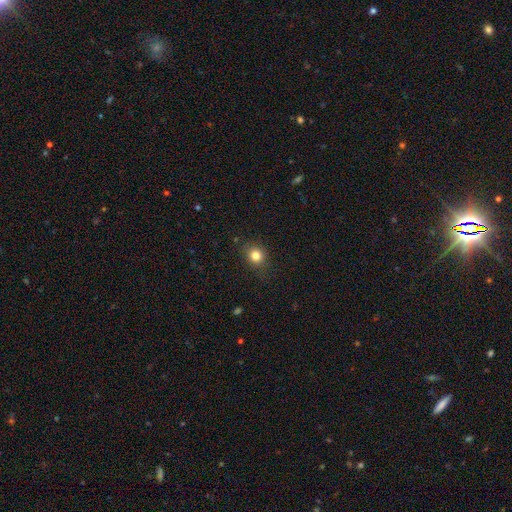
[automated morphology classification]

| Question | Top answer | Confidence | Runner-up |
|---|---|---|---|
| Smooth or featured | smooth | 82% | star or artifact (12%) |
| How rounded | round | 74% | in between (25%) |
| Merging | none | 82% | minor disturbance (13%) |